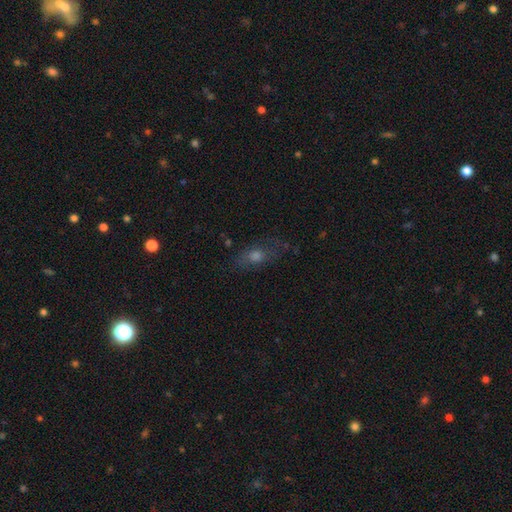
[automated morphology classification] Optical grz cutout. It shows a smooth galaxy with no disk features (47%). Merging: none (71%).